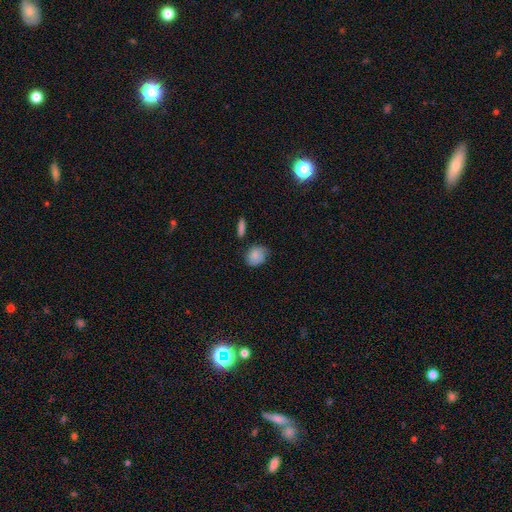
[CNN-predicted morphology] A smooth galaxy with no disk features (82%) that is round (50%).

Vote fractions:
- Smooth or featured? smooth: 82% / featured or disk: 11% / star or artifact: 8%
- How rounded? round: 50% / in between: 48% / cigar-shaped: 2%
- Merging? none: 60% / minor disturbance: 29% / major disturbance: 6% / merger: 5%